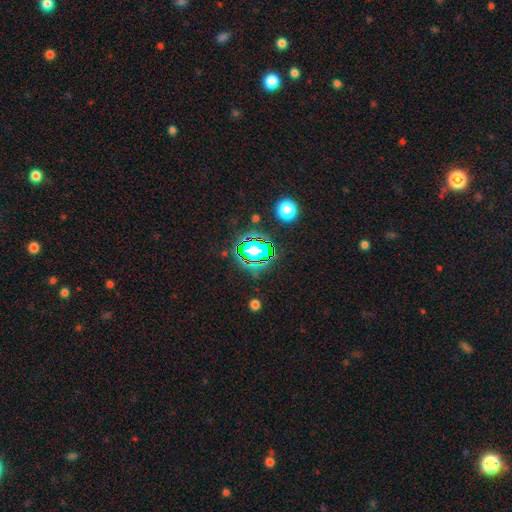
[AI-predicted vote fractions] smooth-or-featured: star or artifact: 79% | smooth: 14% | featured or disk: 7%